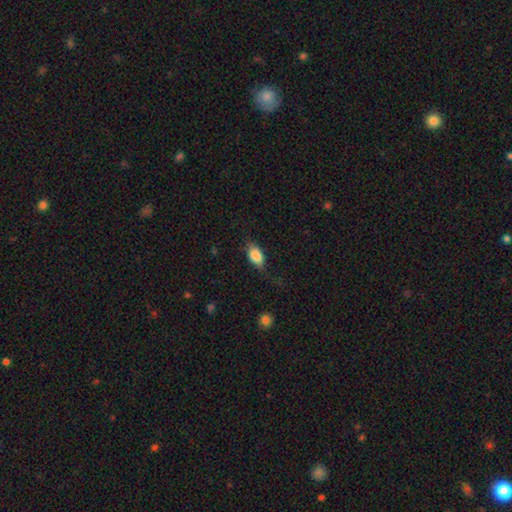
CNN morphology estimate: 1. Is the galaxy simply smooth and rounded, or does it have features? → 79% smooth, 14% featured or disk, 8% star or artifact.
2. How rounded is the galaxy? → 86% in between, 8% round, 6% cigar-shaped.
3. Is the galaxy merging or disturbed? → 60% none, 27% minor disturbance, 12% major disturbance, 2% merger.